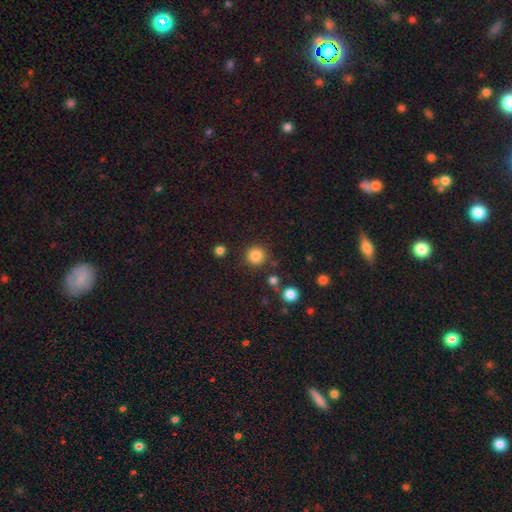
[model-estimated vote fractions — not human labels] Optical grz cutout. It shows a smooth galaxy with no disk features (84%) that is round (94%). Merging: none (88%).